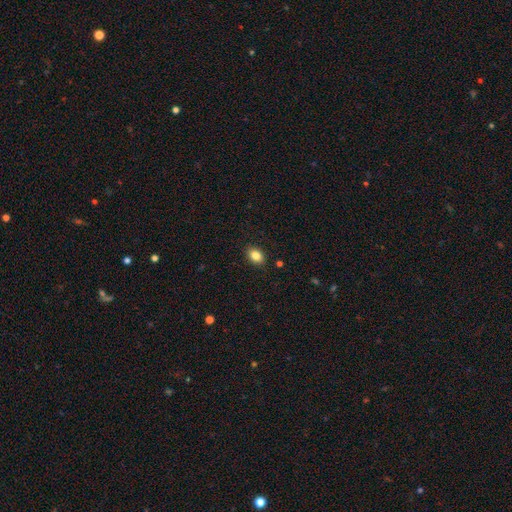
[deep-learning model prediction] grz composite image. It shows a smooth galaxy with no disk features (85%) that is in between round and cigar-shaped (77%). Merging: none (89%).